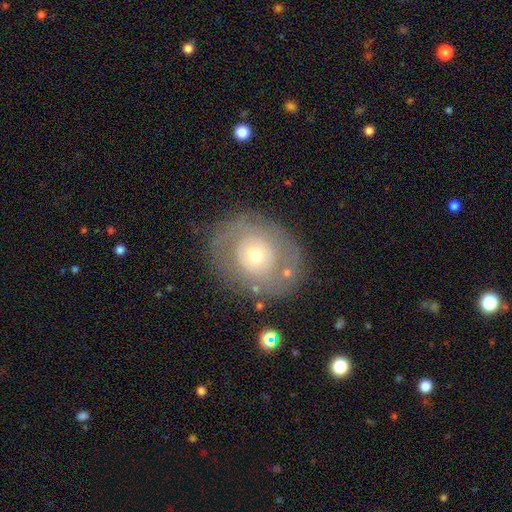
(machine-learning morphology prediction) Smooth or featured? Predicted: featured or disk (p=0.54). Edge-on disk? Predicted: no (p=0.95). Bar? Predicted: no (p=0.86). Spiral arms? Predicted: no (p=0.63). Bulge size? Predicted: moderate (p=0.56). Merging? Predicted: none (p=0.71).